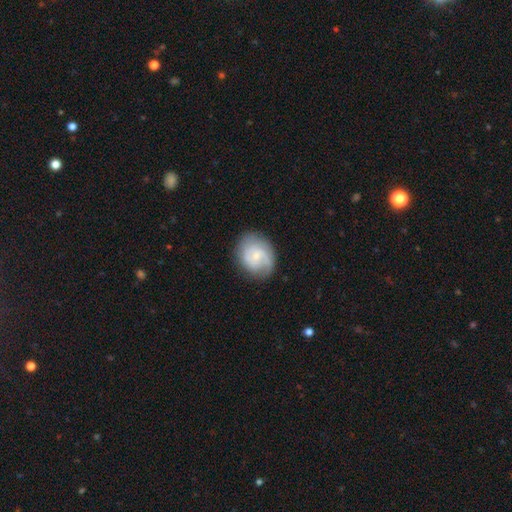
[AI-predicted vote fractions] A featured or disk galaxy (64%) with no bar (59%), 2 (55%) medium (43%) spiral arms (90%) and a small central bulge (62%).

Vote fractions:
- Smooth or featured? featured or disk: 64% / smooth: 30% / star or artifact: 6%
- Edge-on disk? no: 98% / yes: 2%
- Bar? no: 59% / weak: 36% / strong: 5%
- Spiral arms? yes: 90% / no: 10%
- Spiral winding? medium: 43% / tight: 39% / loose: 18%
- Spiral arm count? 2: 55% / can't tell: 20% / 1: 11% / 3: 9% / 4: 2% / more than 4: 2%
- Bulge size? small: 62% / moderate: 30% / none: 5% / large: 2% / dominant: 1%
- Merging? none: 75% / minor disturbance: 17% / major disturbance: 6% / merger: 1%